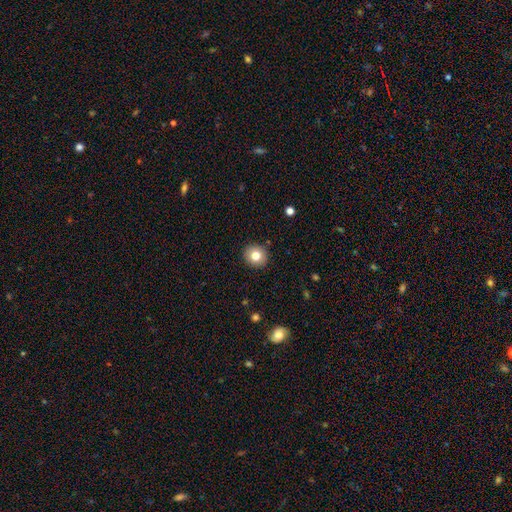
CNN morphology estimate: This appears to be a smooth galaxy with no disk features (80%) that is round (89%). Merging: none (91%).